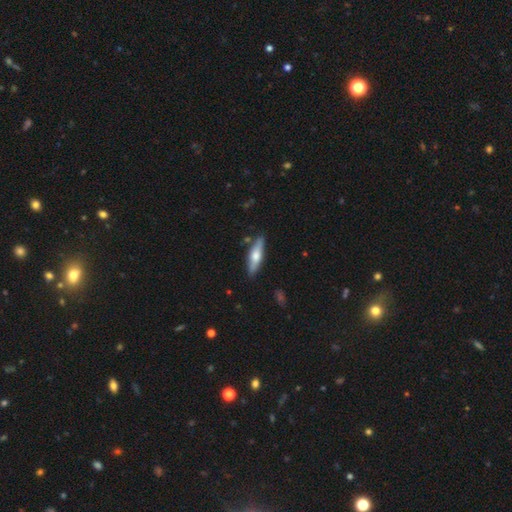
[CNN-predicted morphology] This is possibly a smooth galaxy (50%). How rounded: likely cigar-shaped (66%). Merging: clearly none (85%).